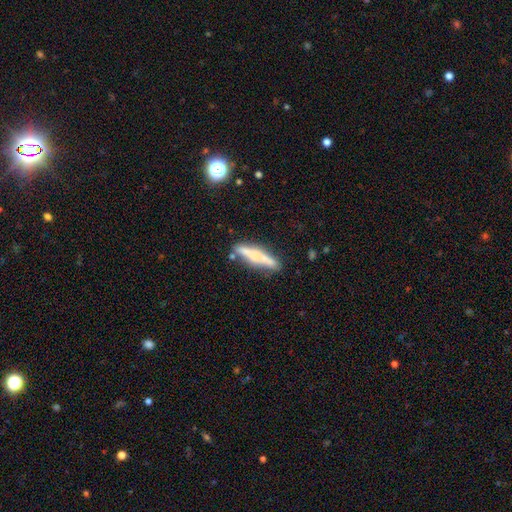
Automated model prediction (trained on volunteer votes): This is possibly a featured or disk galaxy (50%). Merging: likely none (72%).